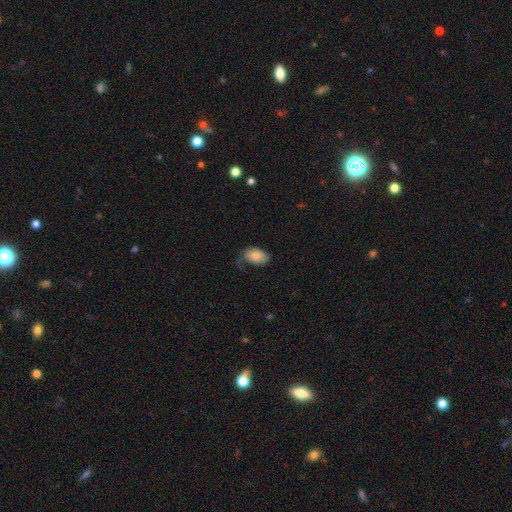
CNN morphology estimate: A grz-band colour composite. It shows a smooth galaxy with no disk features (84%) that is in between round and cigar-shaped (91%). Merging: none (47%).